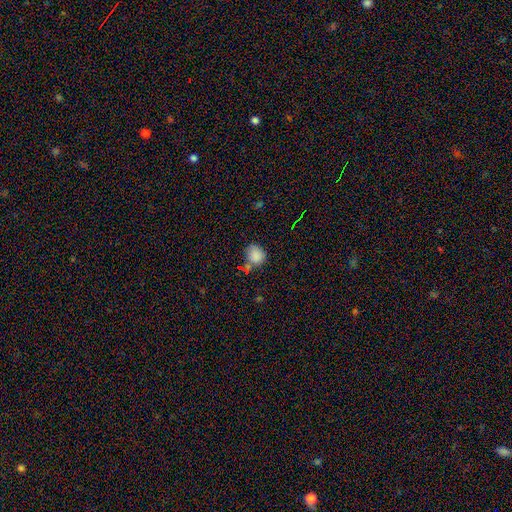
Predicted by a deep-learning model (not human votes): Overall: smooth (85%). How rounded: round (67%; in between 32%). Merging: none (56%; minor disturbance 23%).